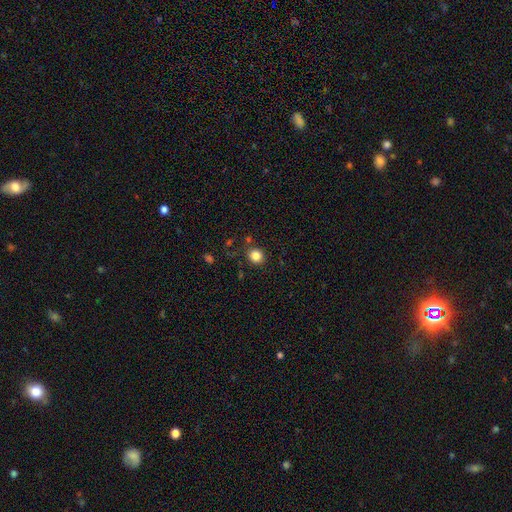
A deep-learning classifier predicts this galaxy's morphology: smooth_or_featured: smooth (p=0.84) [alt: star or artifact p=0.11]
how_rounded: round (p=0.85) [alt: in between p=0.14]
merging: none (p=0.85) [alt: minor disturbance p=0.08]